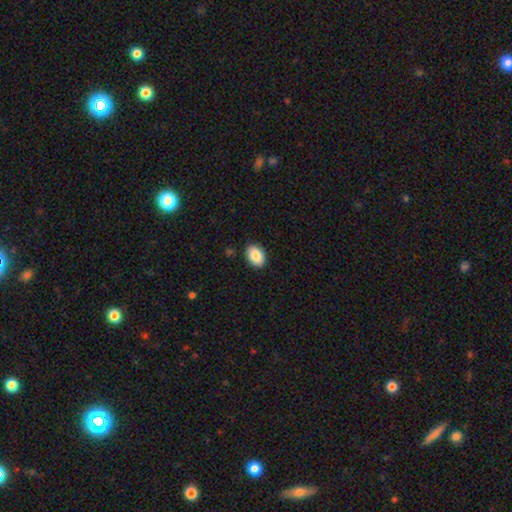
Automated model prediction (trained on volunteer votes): A smooth galaxy with no disk features (87%) that is in between round and cigar-shaped (82%).

Vote fractions:
- Smooth or featured? smooth: 87% / star or artifact: 7% / featured or disk: 6%
- How rounded? in between: 82% / round: 17% / cigar-shaped: 1%
- Merging? none: 90% / minor disturbance: 7% / major disturbance: 2% / merger: 1%